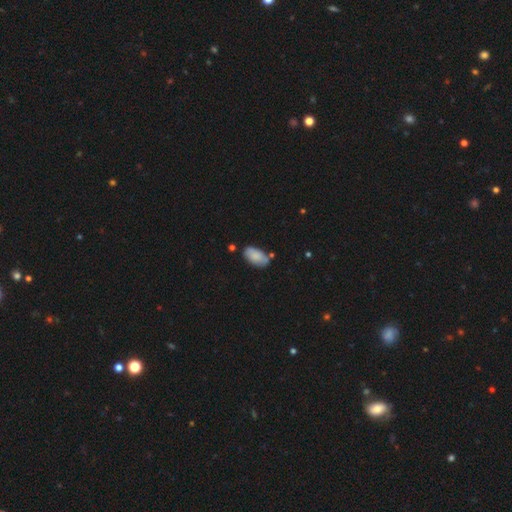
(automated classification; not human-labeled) A smooth galaxy with no disk features (83%) that is in between round and cigar-shaped (94%). Merging: none (65%).